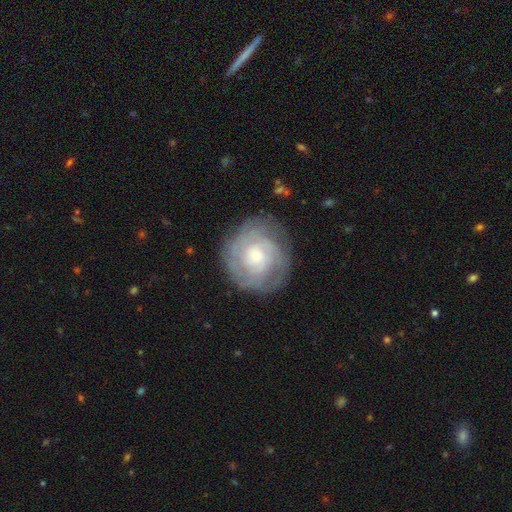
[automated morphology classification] A featured or disk galaxy (73%) with no bar (76%), tight (71%) spiral arms (88%) and a small central bulge (46%).

Vote fractions:
- Smooth or featured? featured or disk: 73% / smooth: 21% / star or artifact: 7%
- Edge-on disk? no: 97% / yes: 3%
- Bar? no: 76% / weak: 21% / strong: 3%
- Spiral arms? yes: 88% / no: 12%
- Spiral winding? tight: 71% / medium: 23% / loose: 6%
- Spiral arm count? can't tell: 46% / 3: 17% / 2: 16% / 4: 10% / more than 4: 5% / 1: 5%
- Bulge size? small: 46% / moderate: 43% / large: 7% / none: 3% / dominant: 1%
- Merging? none: 77% / minor disturbance: 16% / major disturbance: 6% / merger: 1%